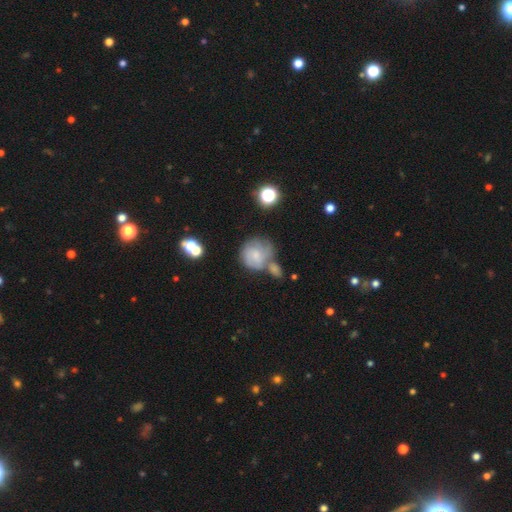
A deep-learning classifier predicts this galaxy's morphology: The model was most divided on "smooth or featured": smooth: 48%, featured or disk: 42%, star or artifact: 10%. Remaining: merging — none (38%).